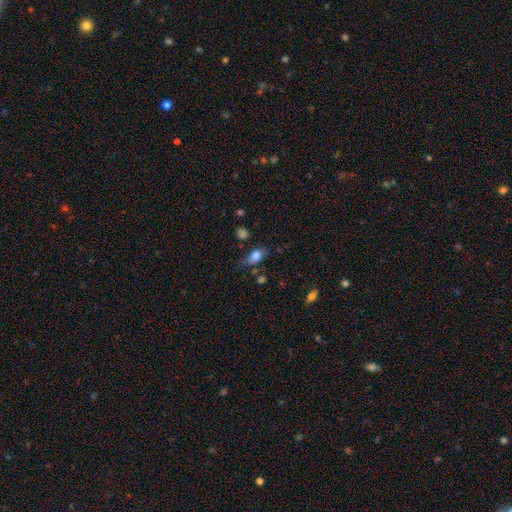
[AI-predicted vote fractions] Smooth or featured: smooth — 78% (featured or disk — 13%)
How rounded: in between — 82% (round — 13%)
Merging: none — 56% (minor disturbance — 29%)